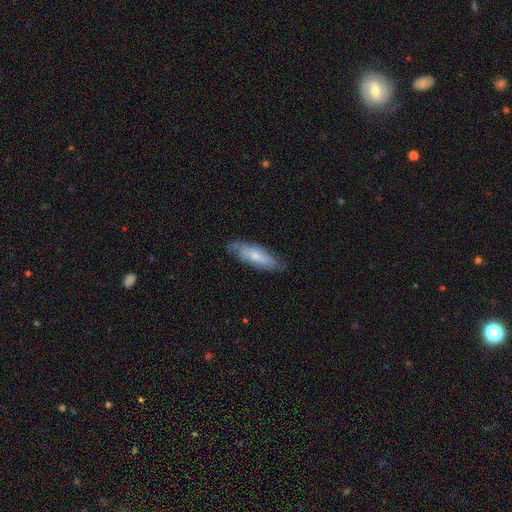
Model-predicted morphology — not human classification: Smooth or featured? smooth (56%)
How rounded? in between (49%, tied with cigar-shaped)
Merging? none (69%)